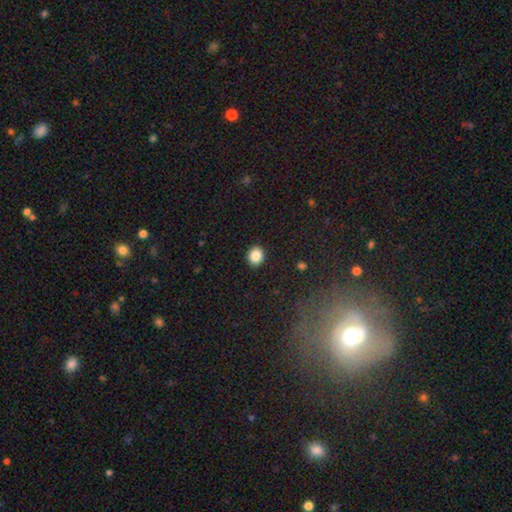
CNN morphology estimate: Smooth or featured? smooth (87%)
How rounded? round (64%)
Merging? none (91%)